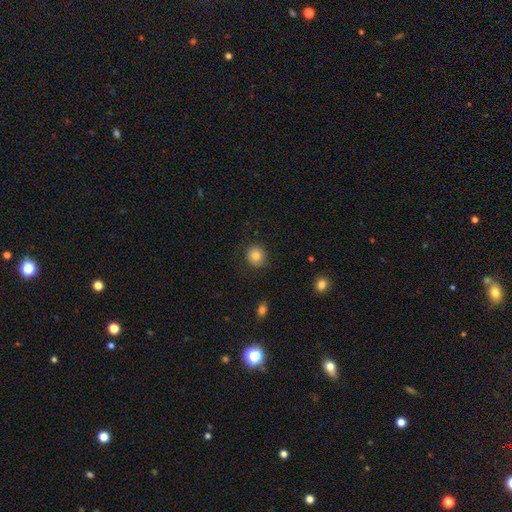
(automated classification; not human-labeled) The model was most divided on "smooth or featured": smooth: 82%, star or artifact: 10%, featured or disk: 8%. More confident: how rounded — round (86%); merging — none (85%).